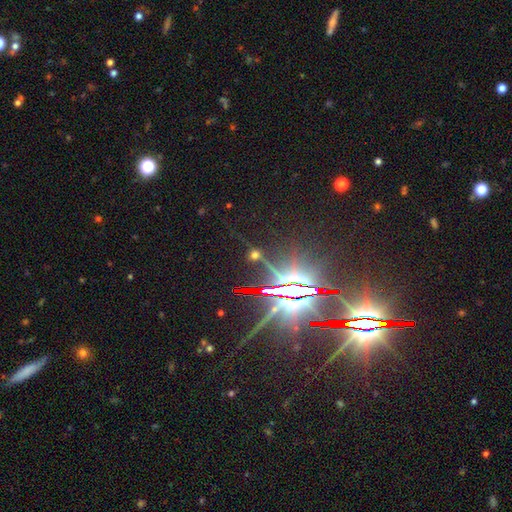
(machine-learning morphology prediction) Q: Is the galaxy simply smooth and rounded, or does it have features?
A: star or artifact — 80%.